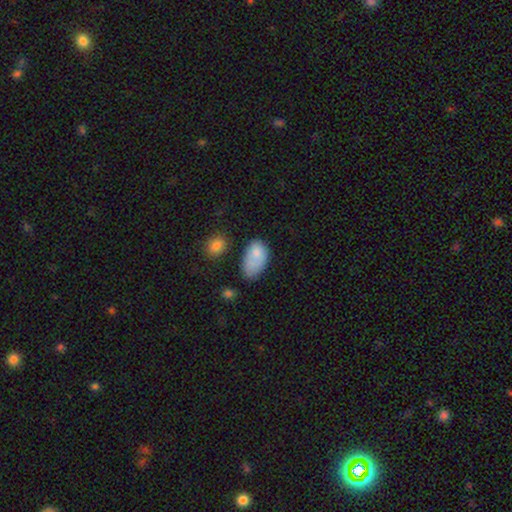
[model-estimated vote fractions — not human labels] The model was most divided on "merging": none: 37%, minor disturbance: 34%, major disturbance: 18%, merger: 11%. More confident: how rounded — in between (91%); smooth or featured — smooth (80%).